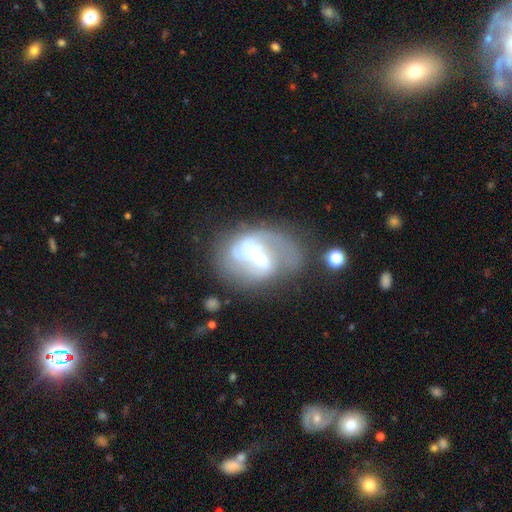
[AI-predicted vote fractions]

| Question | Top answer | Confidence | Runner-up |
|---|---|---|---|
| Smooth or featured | featured or disk | 76% | smooth (17%) |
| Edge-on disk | no | 97% | yes (3%) |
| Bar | weak | 50% | no (26%) |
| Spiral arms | yes | 87% | no (13%) |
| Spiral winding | medium | 45% | loose (31%) |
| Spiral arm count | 2 | 55% | can't tell (20%) |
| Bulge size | moderate | 47% | small (41%) |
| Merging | none | 46% | major disturbance (26%) |